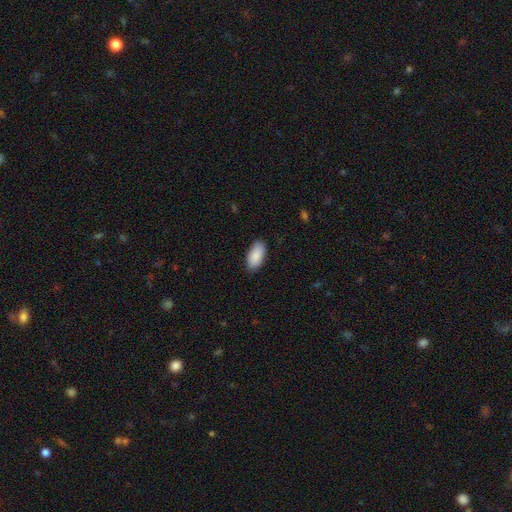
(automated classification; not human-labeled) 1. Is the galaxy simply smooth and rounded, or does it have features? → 89% smooth, 6% star or artifact, 5% featured or disk.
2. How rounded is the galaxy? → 94% in between, 4% cigar-shaped, 2% round.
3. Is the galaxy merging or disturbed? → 86% none, 11% minor disturbance, 2% major disturbance, 1% merger.